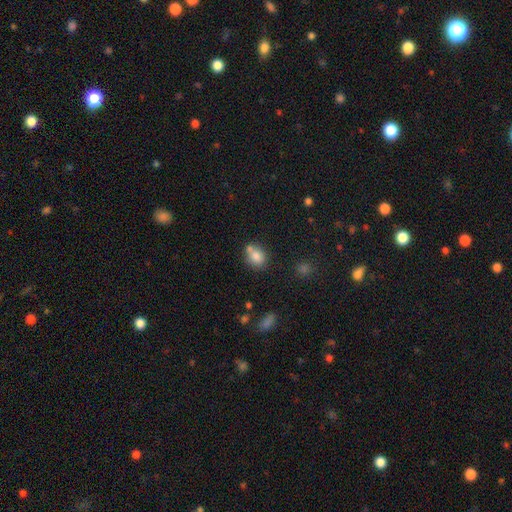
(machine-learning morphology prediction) Smooth or featured? smooth (80%)
How rounded? round (53%)
Merging? none (50%)